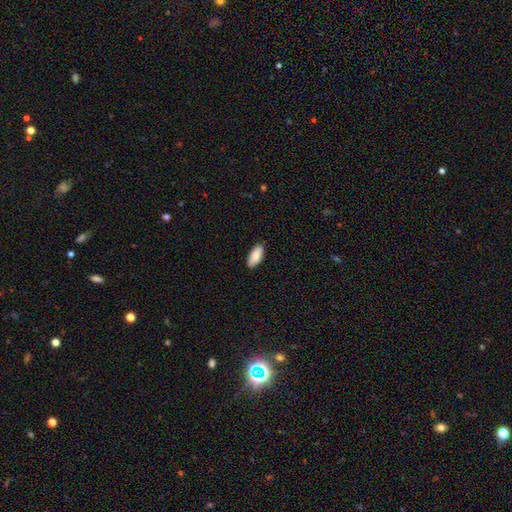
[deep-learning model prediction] Morphology: type=smooth (85%); roundness=in between (89%); merging=none (88%).